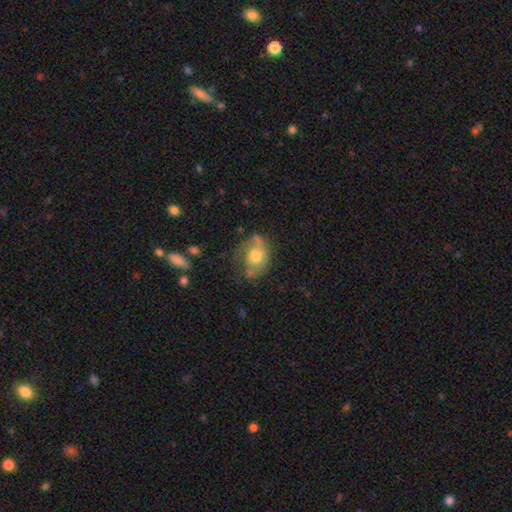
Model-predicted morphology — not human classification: smooth 46%, featured or disk 45%, star or artifact 8%. Down the decision tree: merging — none (48%).